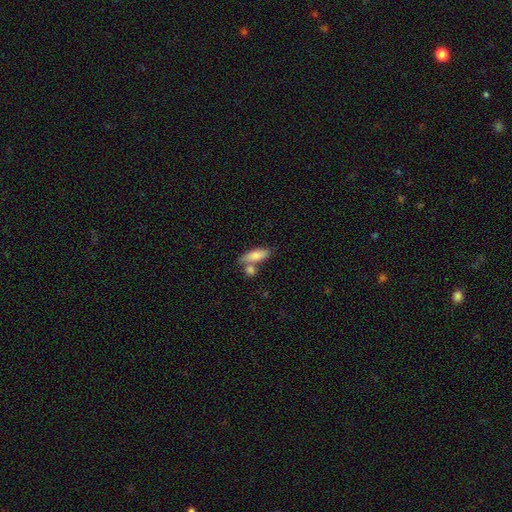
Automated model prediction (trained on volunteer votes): smooth 80%, featured or disk 14%, star or artifact 6%. Down the decision tree: how rounded — in between (67%); merging — none (53%).